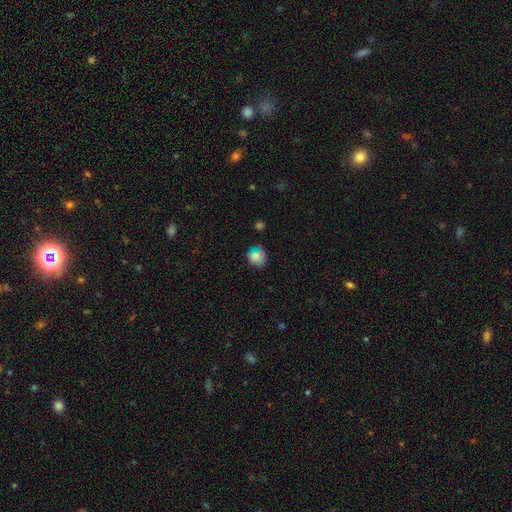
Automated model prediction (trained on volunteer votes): Smooth or featured? Predicted: smooth (p=0.81). How rounded? Predicted: round (p=0.76). Merging? Predicted: none (p=0.69).